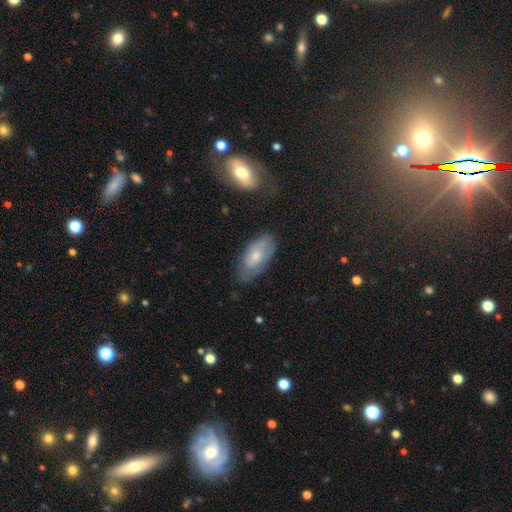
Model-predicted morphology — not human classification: This appears to be a smooth galaxy with no disk features (63%) that is in between round and cigar-shaped (90%). Merging: none (63%).